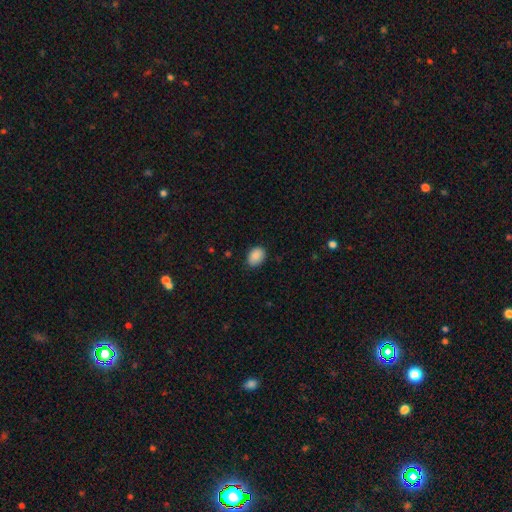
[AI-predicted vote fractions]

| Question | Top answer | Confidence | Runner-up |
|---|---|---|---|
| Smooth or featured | smooth | 89% | star or artifact (7%) |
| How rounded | in between | 76% | round (23%) |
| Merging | none | 84% | minor disturbance (12%) |